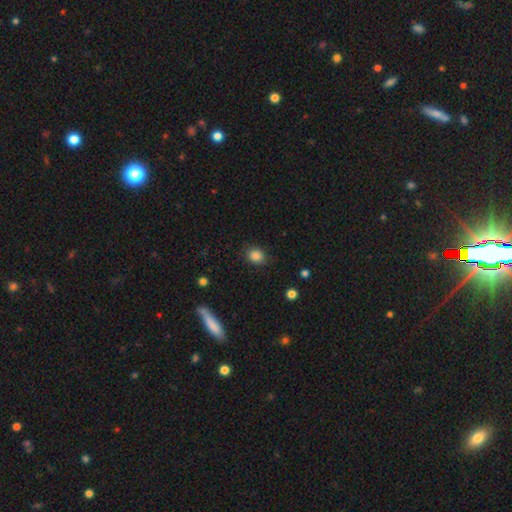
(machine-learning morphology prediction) Smooth or featured?
  - smooth: 85% *
  - star or artifact: 10%
  - featured or disk: 5%
How rounded?
  - round: 57% *
  - in between: 42%
  - cigar-shaped: 1%
Merging?
  - none: 85% *
  - minor disturbance: 11%
  - major disturbance: 3%
  - merger: 1%